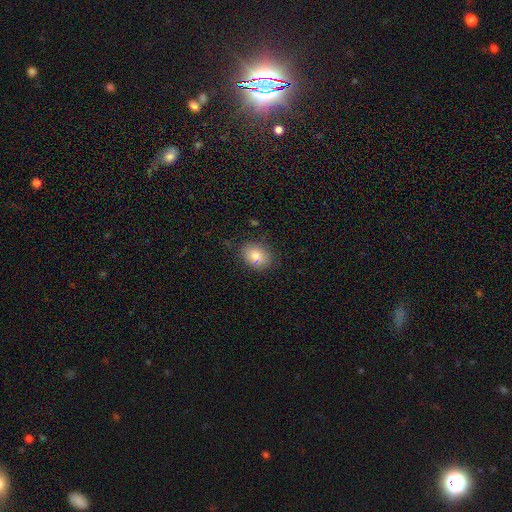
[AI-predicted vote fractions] This is clearly a smooth galaxy (82%). How rounded: likely in between (62%). Merging: likely none (78%).